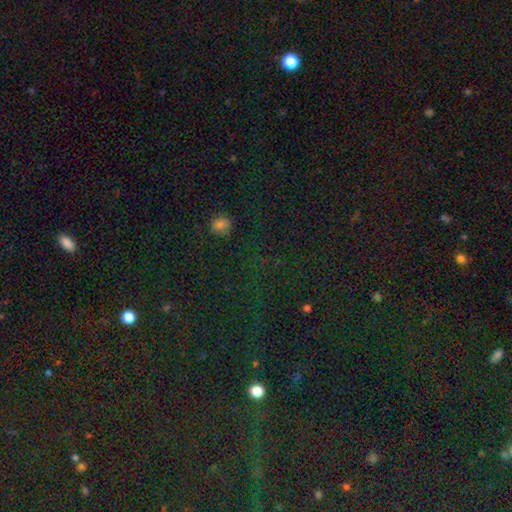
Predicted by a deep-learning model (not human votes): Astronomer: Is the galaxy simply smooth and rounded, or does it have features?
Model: star or artifact — 73%.